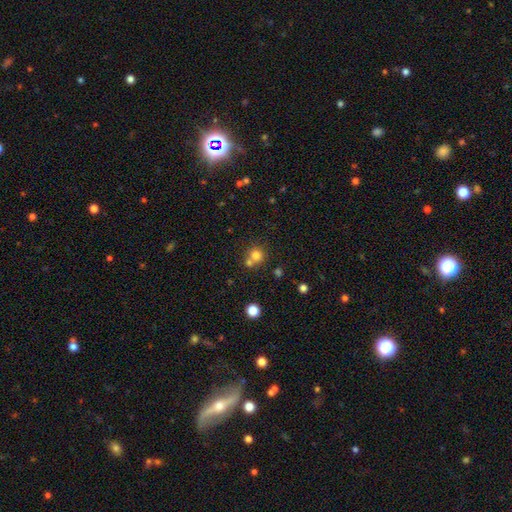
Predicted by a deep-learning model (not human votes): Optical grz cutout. It shows a smooth galaxy with no disk features (77%) that is round (88%). Merging: none (52%).